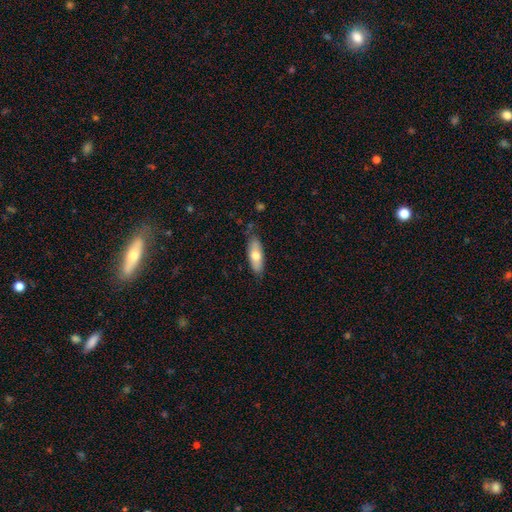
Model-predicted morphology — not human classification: Smooth or featured? Predicted: smooth (p=0.69). How rounded? Predicted: in between (p=0.67). Merging? Predicted: none (p=0.80).